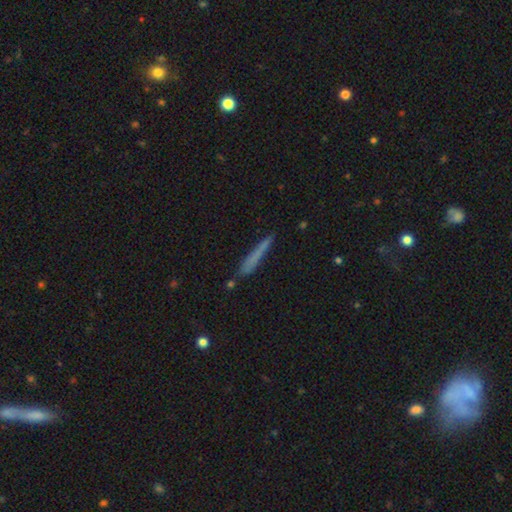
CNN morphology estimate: The model was most divided on "smooth or featured": smooth: 66%, featured or disk: 26%, star or artifact: 8%. More confident: how rounded — cigar-shaped (96%); merging — none (82%).